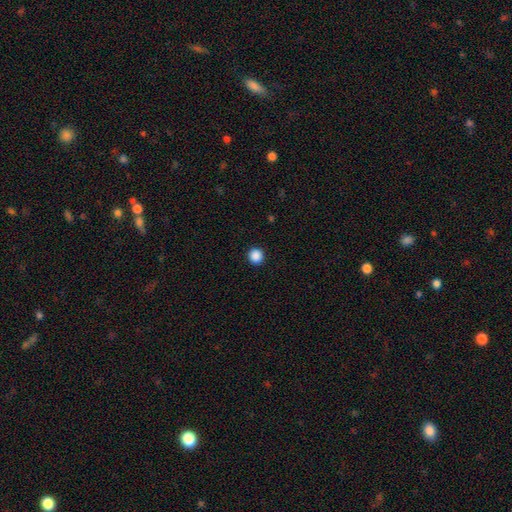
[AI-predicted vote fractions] smooth 88%, star or artifact 10%, featured or disk 2%. Down the decision tree: how rounded — round (93%); merging — none (93%).